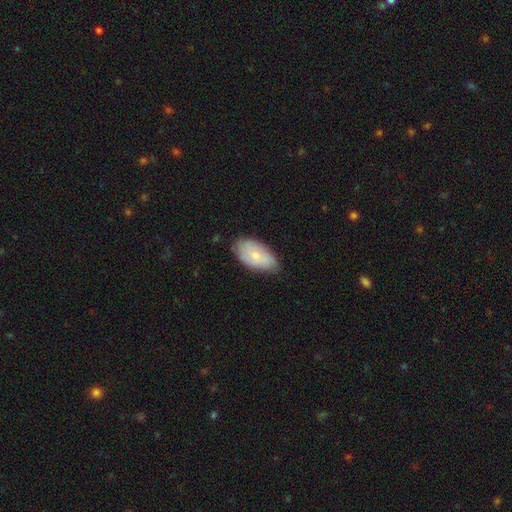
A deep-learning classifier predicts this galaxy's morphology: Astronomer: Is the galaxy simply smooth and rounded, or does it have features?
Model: smooth — 66%.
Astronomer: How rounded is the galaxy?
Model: in between — 93%.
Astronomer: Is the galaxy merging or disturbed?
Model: none — 73%.